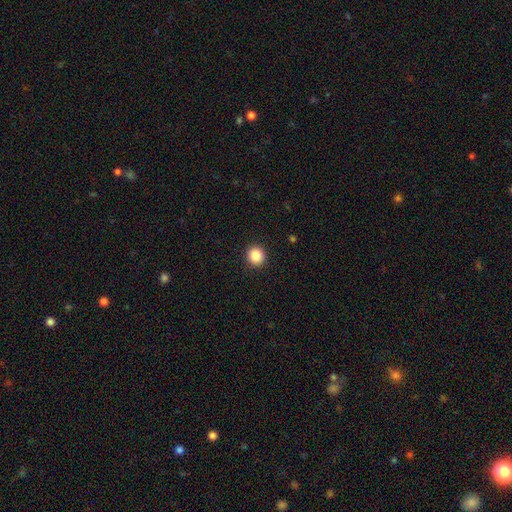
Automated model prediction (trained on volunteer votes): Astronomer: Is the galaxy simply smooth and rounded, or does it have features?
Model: smooth — 86%.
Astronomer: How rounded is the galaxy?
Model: round — 92%.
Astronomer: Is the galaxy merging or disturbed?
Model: none — 93%.